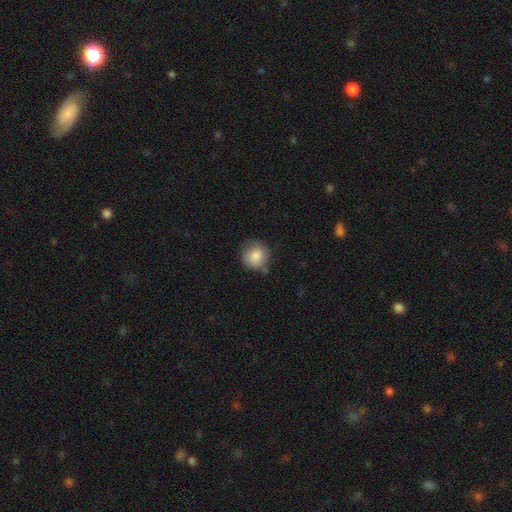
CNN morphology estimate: type=smooth (85%); roundness=round (89%); merging=none (71%).